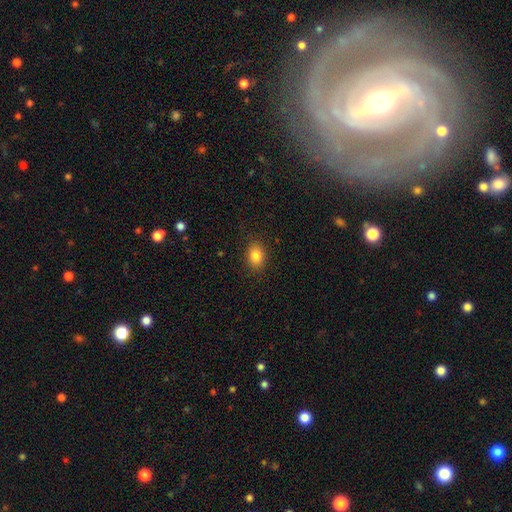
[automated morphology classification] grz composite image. It shows a smooth galaxy with no disk features (84%) that is in between round and cigar-shaped (71%). Merging: none (87%).